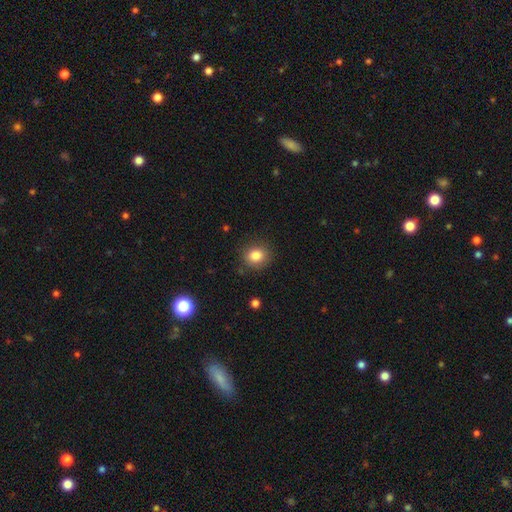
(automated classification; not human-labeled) This appears to be a smooth galaxy with no disk features (83%) that is round (78%). Merging: none (86%).